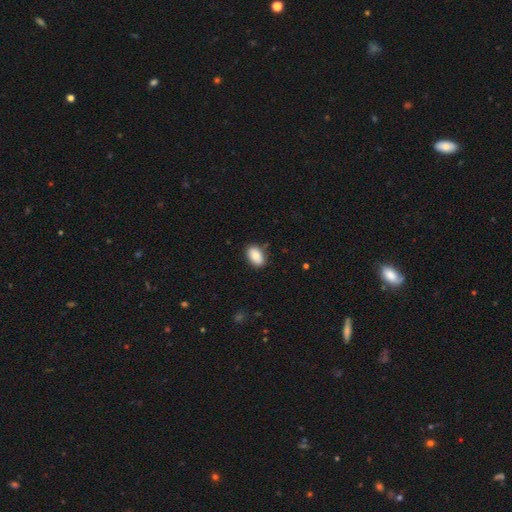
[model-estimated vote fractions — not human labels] Smooth or featured? smooth (83%)
How rounded? in between (91%)
Merging? none (84%)